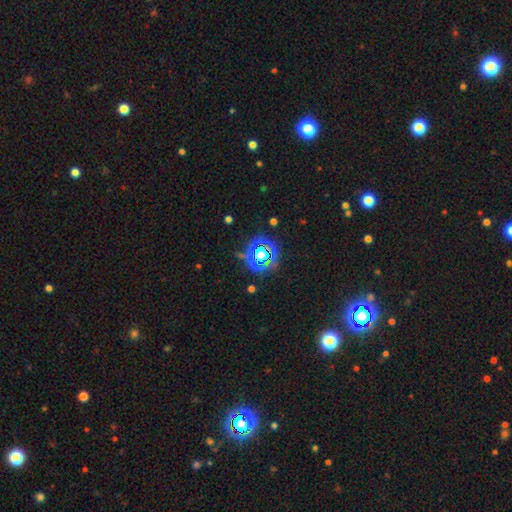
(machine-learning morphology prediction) type=star or artifact (76%).